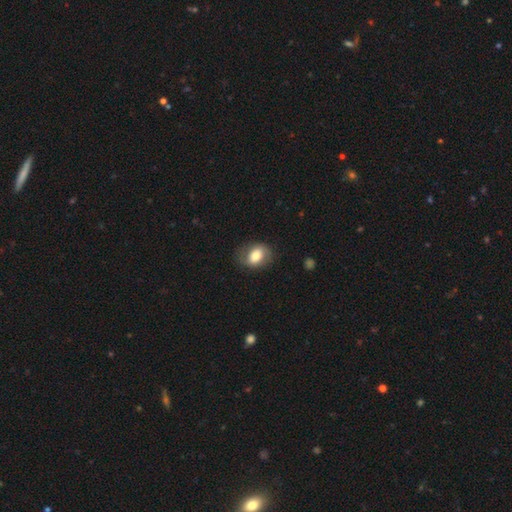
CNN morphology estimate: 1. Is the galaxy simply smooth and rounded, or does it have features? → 70% smooth, 23% featured or disk, 8% star or artifact.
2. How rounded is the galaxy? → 69% in between, 30% round, 1% cigar-shaped.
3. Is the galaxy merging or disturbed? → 71% none, 20% minor disturbance, 8% major disturbance, 1% merger.